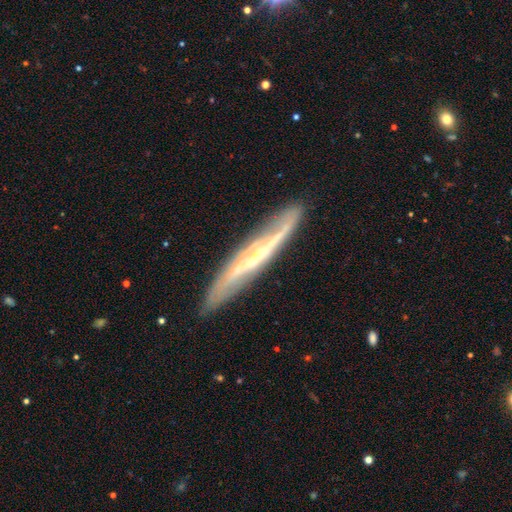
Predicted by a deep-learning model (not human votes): Smooth or featured: featured or disk — 79% (smooth — 15%)
Edge-on disk: yes — 68% (no — 32%)
Edge-on bulge: rounded — 59% (none — 36%)
Merging: none — 83% (minor disturbance — 13%)